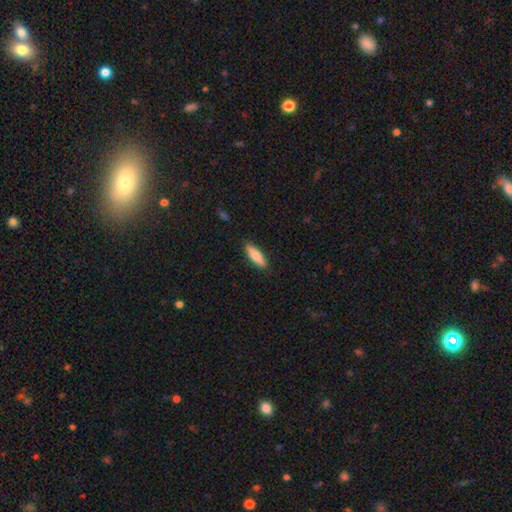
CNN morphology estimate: Overall: smooth (81%). How rounded: cigar-shaped (52%; in between 46%). Merging: none (88%).